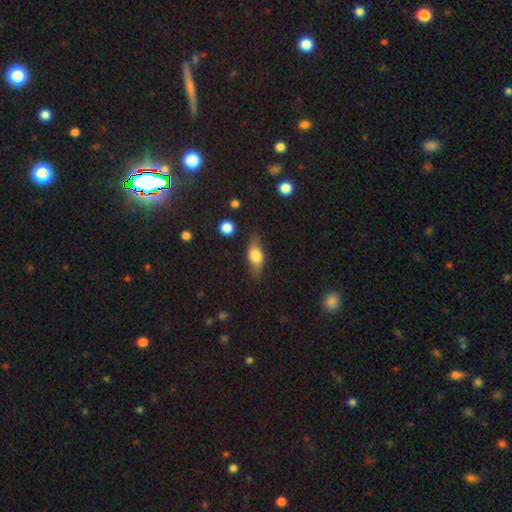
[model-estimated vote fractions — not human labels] A smooth galaxy with no disk features (66%) that is in between round and cigar-shaped (74%). Merging: none (76%).